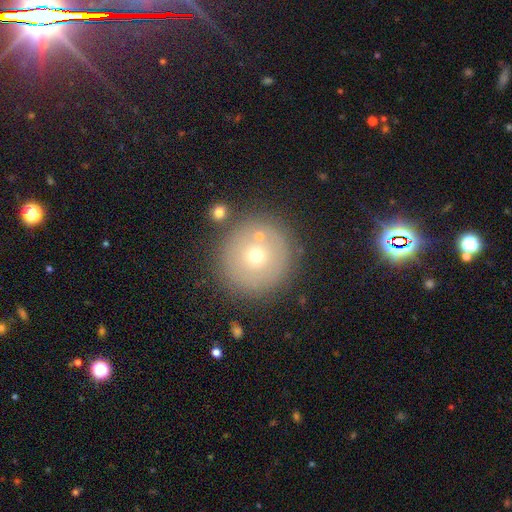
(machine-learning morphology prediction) smooth_or_featured: smooth (p=0.60) [alt: featured or disk p=0.25]
how_rounded: round (p=0.96) [alt: in between p=0.03]
merging: none (p=0.82) [alt: minor disturbance p=0.08]